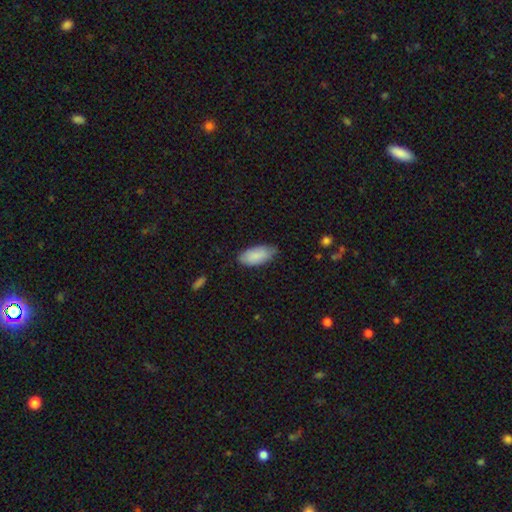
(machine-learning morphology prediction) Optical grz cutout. It shows a smooth galaxy with no disk features (87%) that is in between round and cigar-shaped (92%). Merging: none (70%).